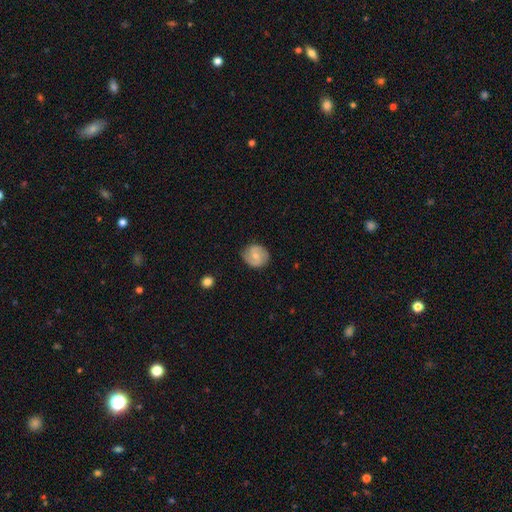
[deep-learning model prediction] Q: Smooth or featured?
A: featured or disk (56%); runner-up: smooth (38%)
Q: Edge-on disk?
A: no (97%); runner-up: yes (3%)
Q: Bar?
A: weak (47%); runner-up: no (41%)
Q: Spiral arms?
A: yes (87%); runner-up: no (13%)
Q: Bulge size?
A: small (50%); runner-up: moderate (43%)
Q: Merging?
A: none (81%); runner-up: minor disturbance (15%)